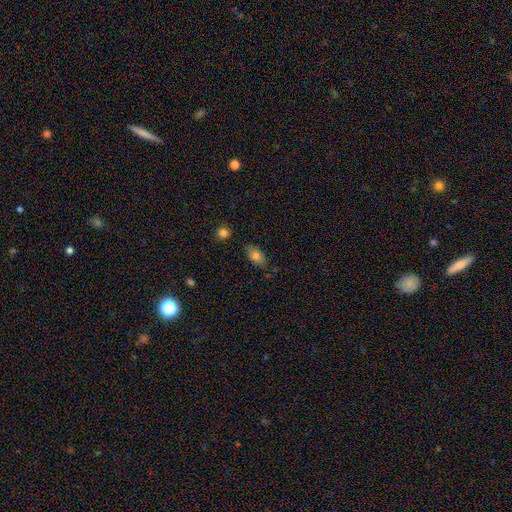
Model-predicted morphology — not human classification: smooth-or-featured: smooth: 80% | featured or disk: 11% | star or artifact: 9%
  how-rounded: in between: 89% | round: 8% | cigar-shaped: 3%
  merging: none: 76% | minor disturbance: 17% | merger: 4% | major disturbance: 3%